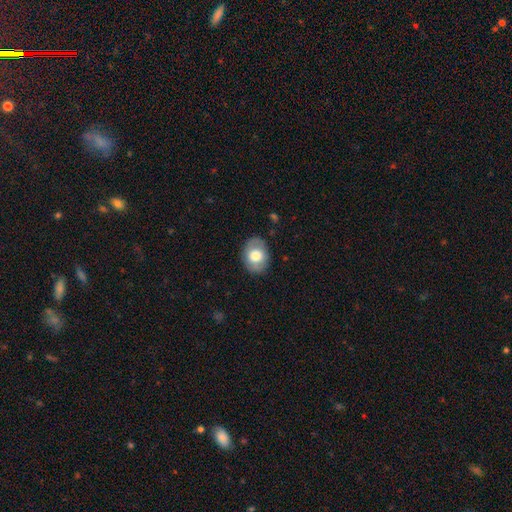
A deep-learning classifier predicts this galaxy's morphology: The model was most divided on "how rounded": in between: 65%, round: 34%, cigar-shaped: 1%. More confident: merging — none (84%); smooth or featured — smooth (68%).